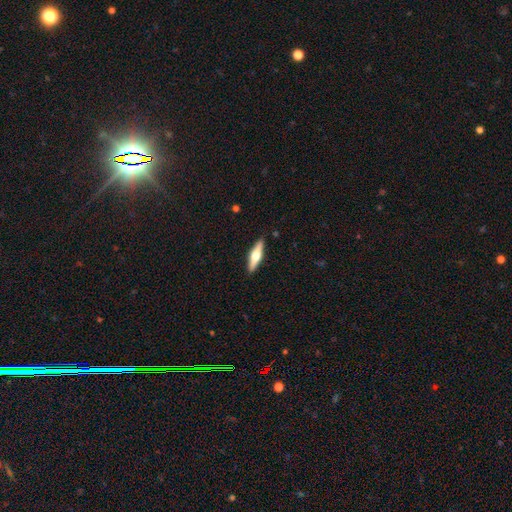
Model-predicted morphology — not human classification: Smooth or featured? featured or disk (59%)
Edge-on disk? yes (96%)
Edge-on bulge? rounded (94%)
Merging? none (90%)